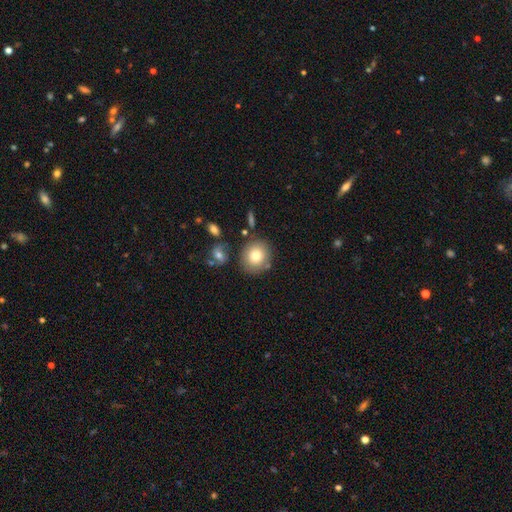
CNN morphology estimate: Smooth or featured? smooth (77%)
How rounded? round (80%)
Merging? none (78%)